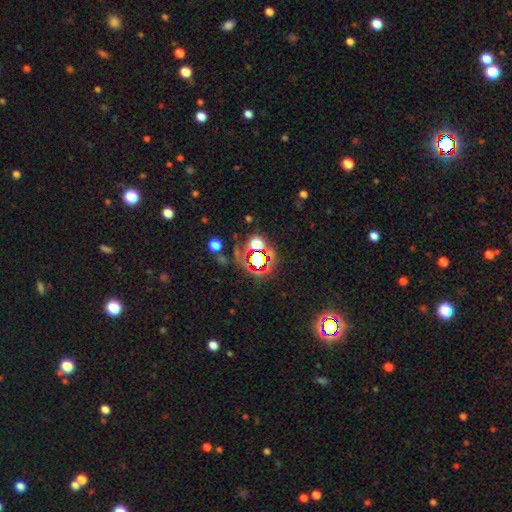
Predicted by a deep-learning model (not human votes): smooth-or-featured: star or artifact: 78% | smooth: 13% | featured or disk: 9%